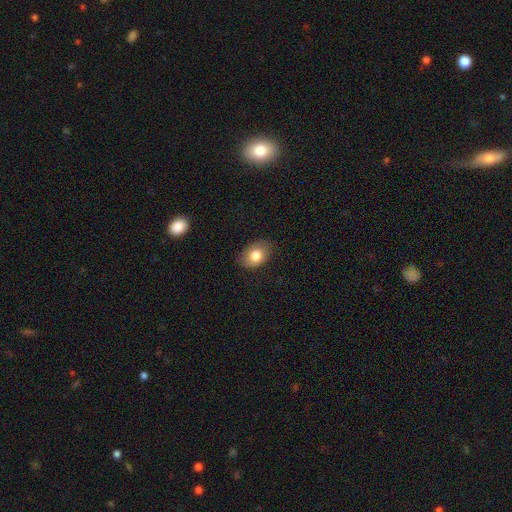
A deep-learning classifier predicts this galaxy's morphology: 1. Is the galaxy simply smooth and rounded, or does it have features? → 80% smooth, 12% featured or disk, 8% star or artifact.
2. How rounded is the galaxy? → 81% in between, 17% round, 1% cigar-shaped.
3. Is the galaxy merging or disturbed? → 83% none, 13% minor disturbance, 3% major disturbance, 1% merger.